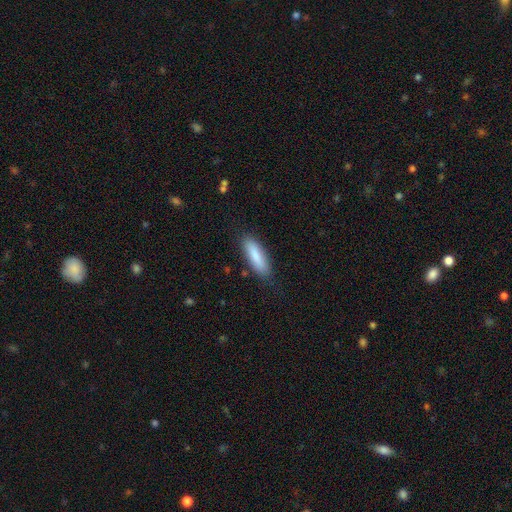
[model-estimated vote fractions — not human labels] smooth-or-featured: smooth: 86% | featured or disk: 9% | star or artifact: 6%
  how-rounded: cigar-shaped: 59% | in between: 39% | round: 1%
  merging: none: 83% | minor disturbance: 13% | major disturbance: 3% | merger: 1%